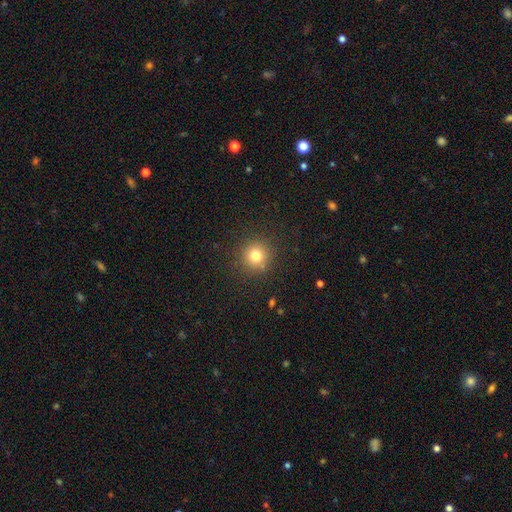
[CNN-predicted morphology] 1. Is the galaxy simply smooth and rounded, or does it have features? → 78% smooth, 15% star or artifact, 8% featured or disk.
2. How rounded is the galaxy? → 94% round, 5% in between, 1% cigar-shaped.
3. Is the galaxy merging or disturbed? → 89% none, 7% minor disturbance, 3% major disturbance, 1% merger.